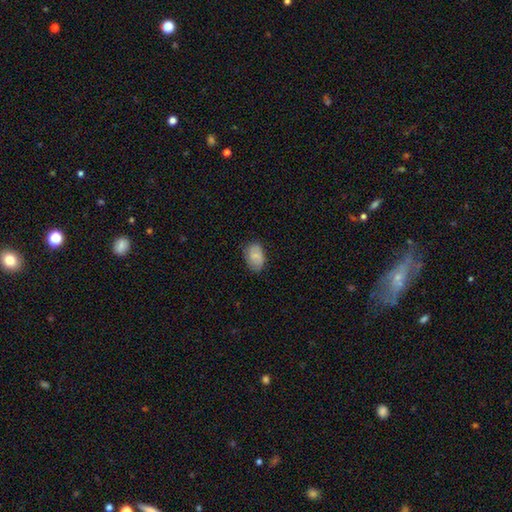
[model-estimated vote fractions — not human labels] Q: Smooth or featured?
A: smooth (70%); runner-up: featured or disk (22%)
Q: How rounded?
A: in between (85%); runner-up: round (14%)
Q: Merging?
A: none (73%); runner-up: minor disturbance (21%)